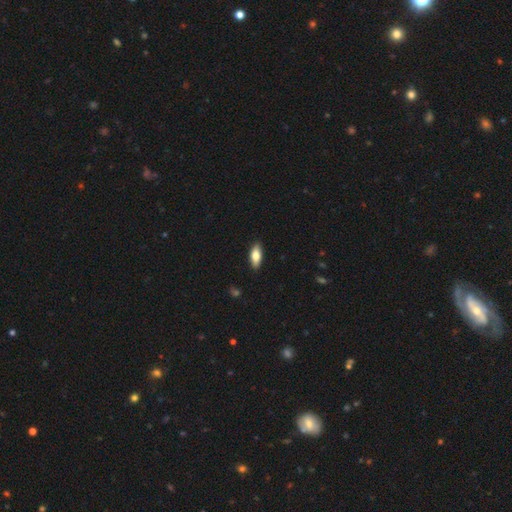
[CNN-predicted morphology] This is likely a smooth galaxy (75%). How rounded: likely in between (77%). Merging: clearly none (89%).